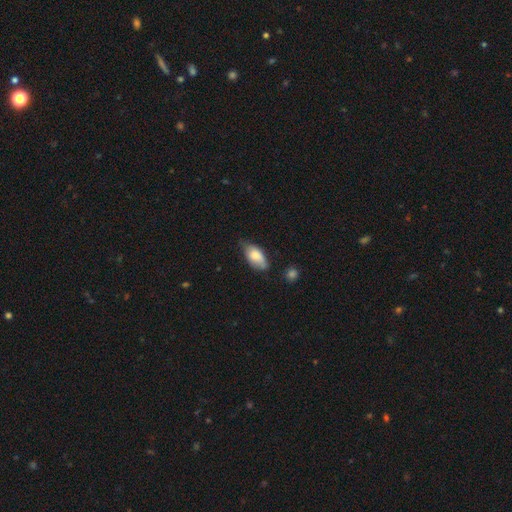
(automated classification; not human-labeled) Q: Smooth or featured?
A: smooth (78%); runner-up: featured or disk (15%)
Q: How rounded?
A: in between (92%); runner-up: cigar-shaped (5%)
Q: Merging?
A: none (57%); runner-up: minor disturbance (34%)